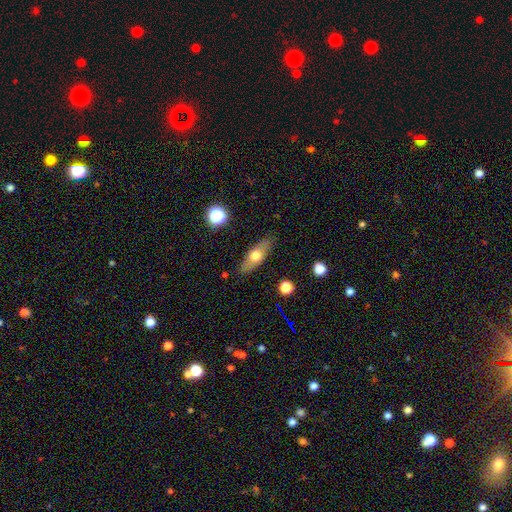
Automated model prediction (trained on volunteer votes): Overall: smooth (57%; featured or disk 36%). How rounded: in between (63%; cigar-shaped 32%). Merging: none (85%).